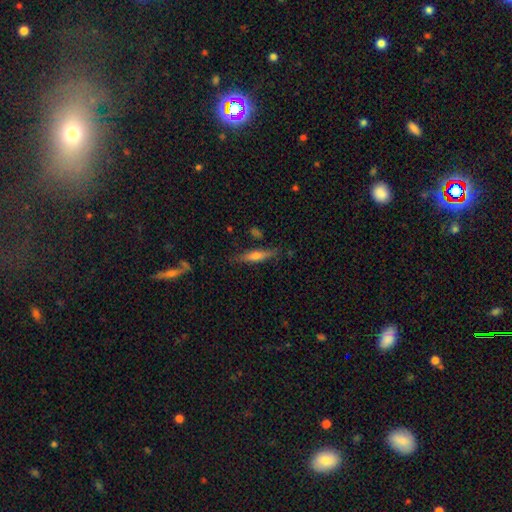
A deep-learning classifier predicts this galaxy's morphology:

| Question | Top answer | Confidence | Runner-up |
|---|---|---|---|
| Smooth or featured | featured or disk | 48% | smooth (45%) |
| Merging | none | 81% | minor disturbance (13%) |